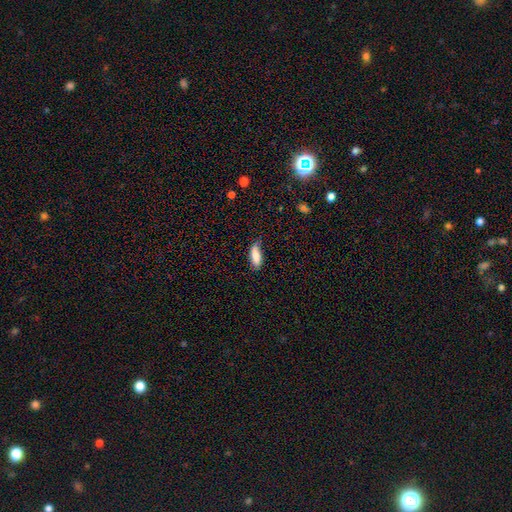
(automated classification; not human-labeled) Morphology: type=smooth (84%); roundness=in between (74%); merging=none (63%).